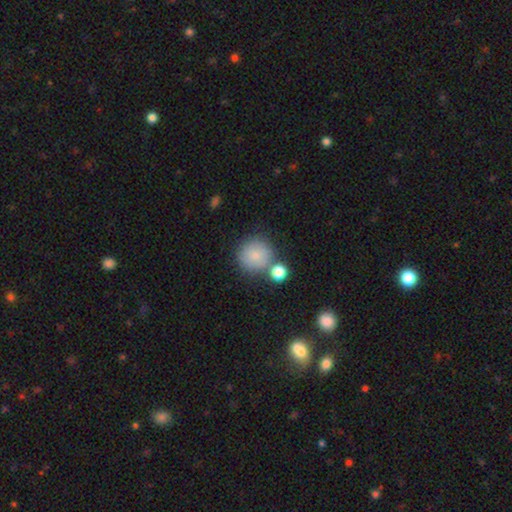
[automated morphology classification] smooth 82%, featured or disk 9%, star or artifact 9%. Down the decision tree: how rounded — round (93%); merging — none (65%).